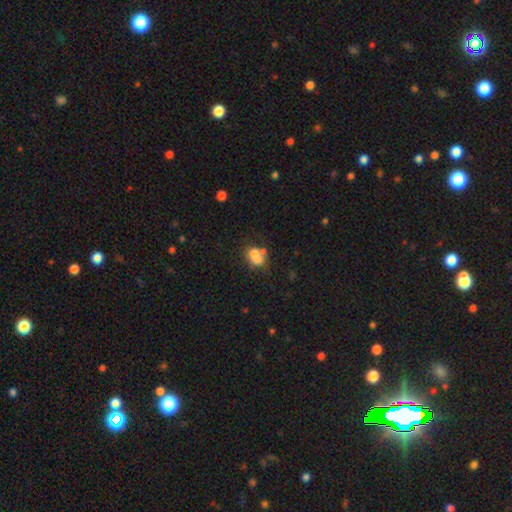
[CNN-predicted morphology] smooth-or-featured: smooth: 66% | featured or disk: 22% | star or artifact: 12%
  how-rounded: in between: 61% | round: 38% | cigar-shaped: 2%
  merging: merger: 48% | none: 31% | minor disturbance: 13% | major disturbance: 8%